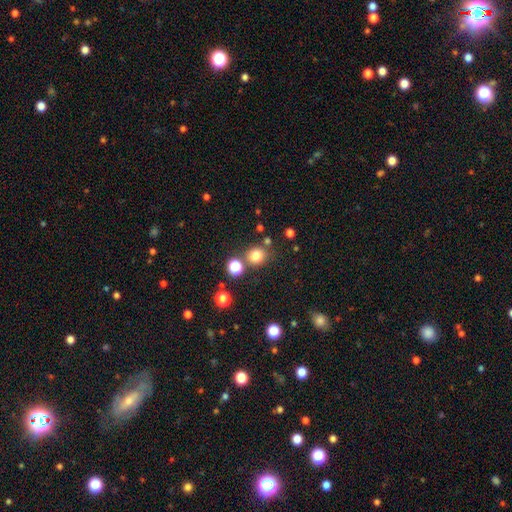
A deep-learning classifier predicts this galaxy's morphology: This is likely a smooth galaxy (79%). How rounded: clearly round (85%). Merging: likely none (76%).